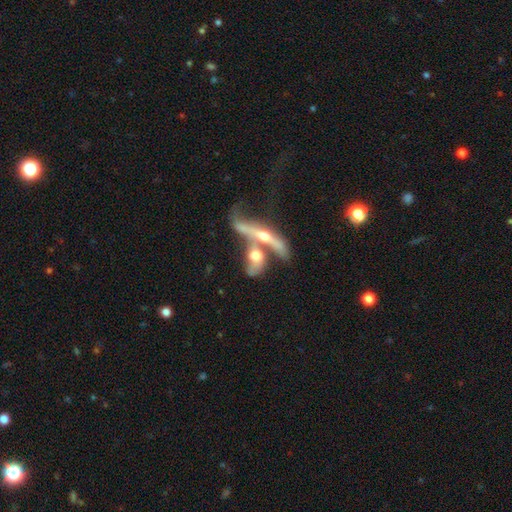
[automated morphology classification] Smooth or featured: featured or disk — 59% (smooth — 34%)
Edge-on disk: yes — 58% (no — 42%)
Merging: merger — 62% (none — 20%)